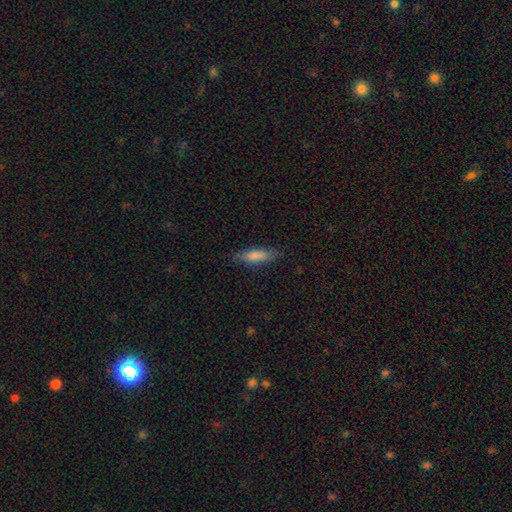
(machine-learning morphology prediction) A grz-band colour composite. It shows a smooth galaxy with no disk features (83%) that is cigar-shaped (59%). Merging: none (82%).